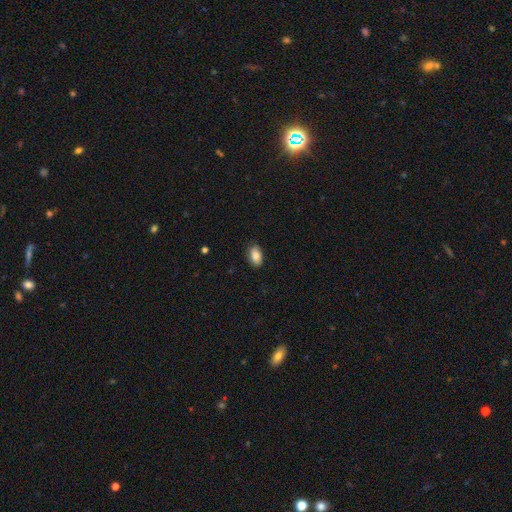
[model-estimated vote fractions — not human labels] smooth_or_featured: smooth (p=0.84) [alt: featured or disk p=0.08]
how_rounded: in between (p=0.92) [alt: round p=0.06]
merging: none (p=0.86) [alt: minor disturbance p=0.11]